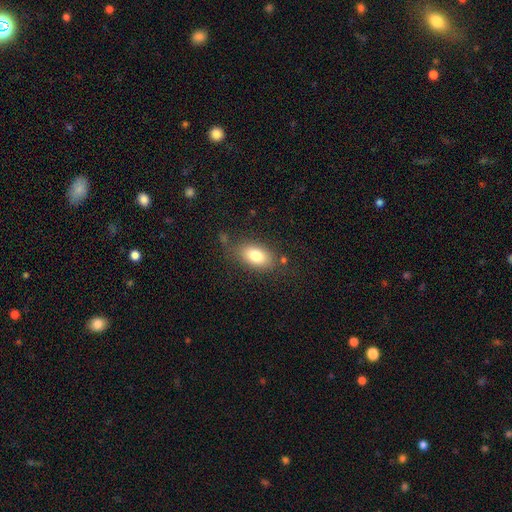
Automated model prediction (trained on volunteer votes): Smooth or featured? Predicted: smooth (p=0.79). How rounded? Predicted: in between (p=0.89). Merging? Predicted: none (p=0.74).